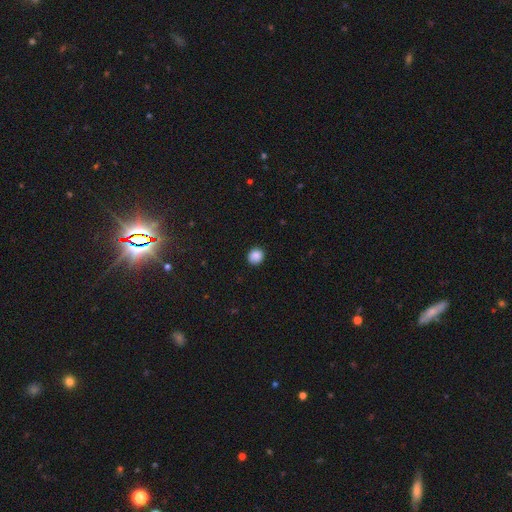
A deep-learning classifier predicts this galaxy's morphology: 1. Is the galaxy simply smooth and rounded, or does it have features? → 88% smooth, 10% star or artifact, 3% featured or disk.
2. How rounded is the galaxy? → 84% round, 15% in between, 1% cigar-shaped.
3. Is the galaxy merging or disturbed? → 88% none, 9% minor disturbance, 2% major disturbance, 1% merger.